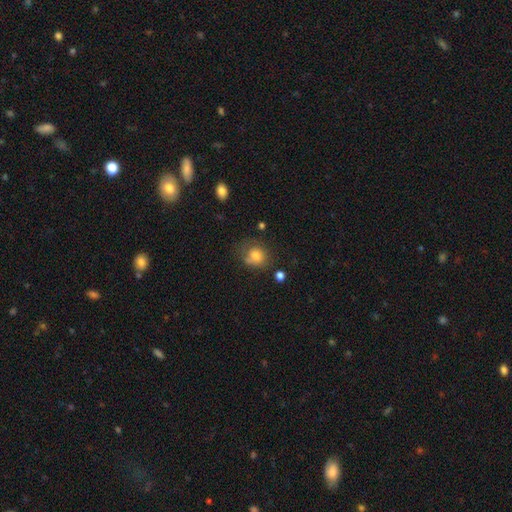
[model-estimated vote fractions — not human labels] Q: Smooth or featured?
A: smooth (78%); runner-up: featured or disk (11%)
Q: How rounded?
A: round (68%); runner-up: in between (31%)
Q: Merging?
A: none (54%); runner-up: minor disturbance (25%)